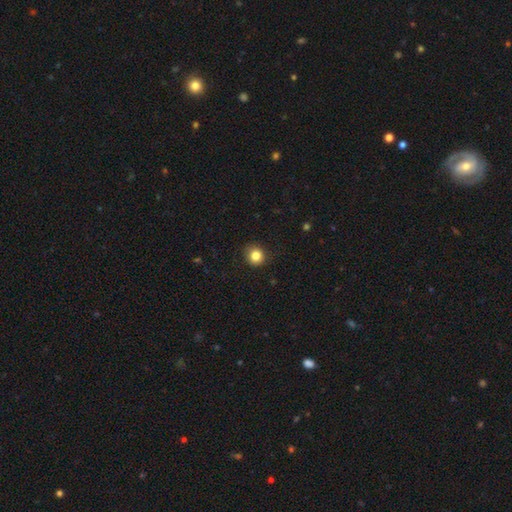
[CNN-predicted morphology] This appears to be a smooth galaxy with no disk features (83%) that is round (87%). Merging: none (86%).